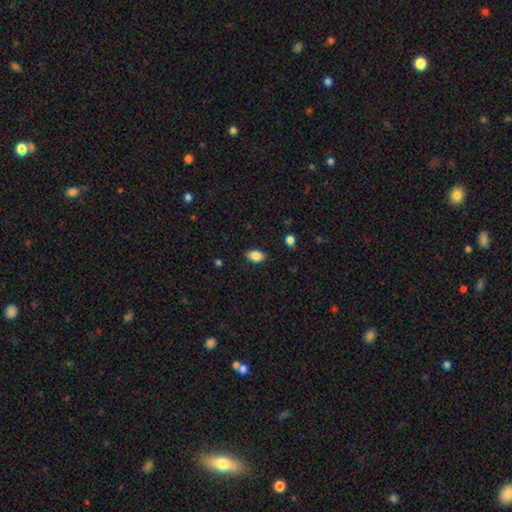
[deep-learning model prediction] Smooth or featured: smooth — 86% (star or artifact — 8%)
How rounded: in between — 88% (round — 10%)
Merging: none — 85% (minor disturbance — 12%)